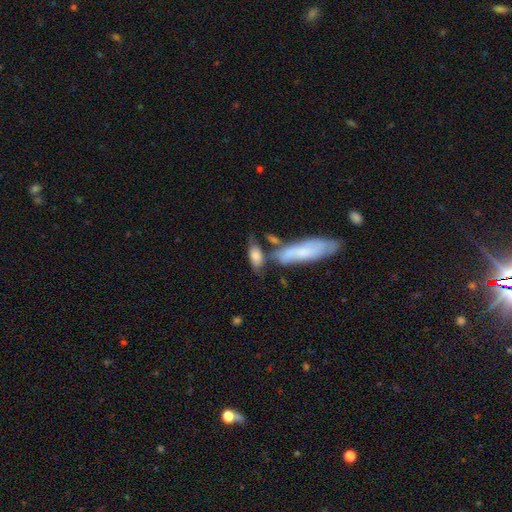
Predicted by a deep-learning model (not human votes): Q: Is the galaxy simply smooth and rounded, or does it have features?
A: smooth — 70%.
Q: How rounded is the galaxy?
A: in between — 78%.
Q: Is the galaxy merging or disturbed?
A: none — 43%.